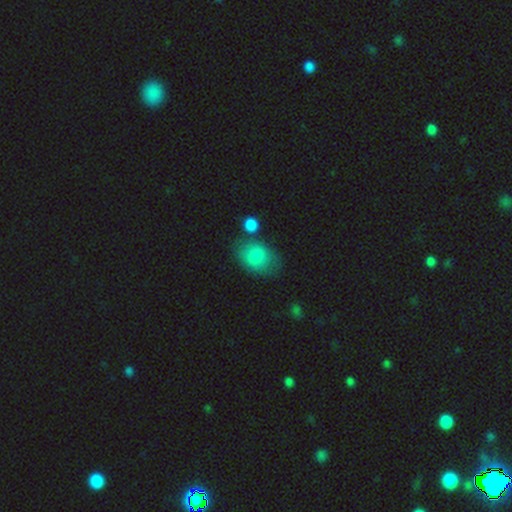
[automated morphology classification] The model was most divided on "merging": none: 55%, minor disturbance: 23%, merger: 13%, major disturbance: 9%. More confident: smooth or featured — smooth (78%); how rounded — in between (77%).